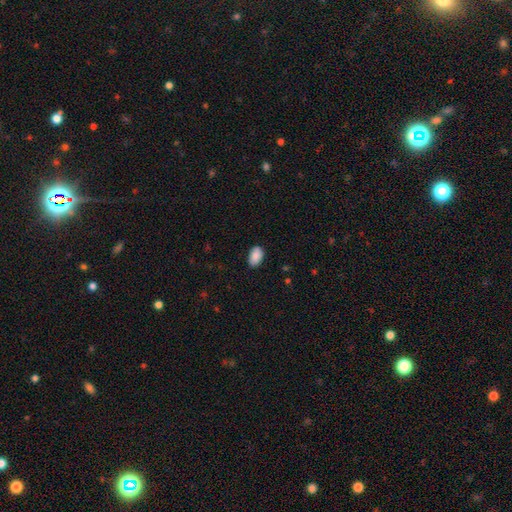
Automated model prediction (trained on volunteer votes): This is clearly a smooth galaxy (88%). How rounded: clearly in between (93%). Merging: clearly none (84%).